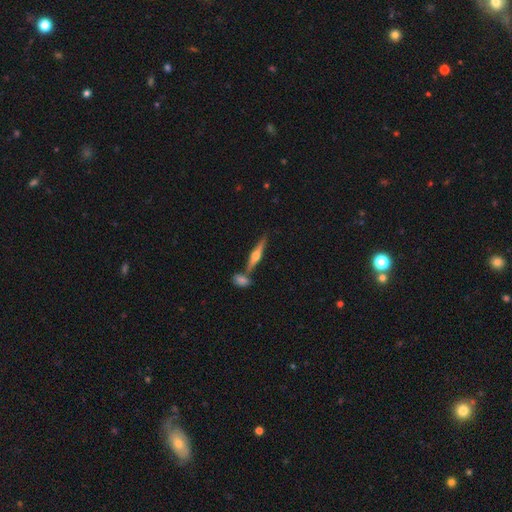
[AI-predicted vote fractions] Q: Smooth or featured?
A: featured or disk (72%); runner-up: smooth (23%)
Q: Edge-on disk?
A: yes (97%); runner-up: no (3%)
Q: Edge-on bulge?
A: rounded (93%); runner-up: boxy (4%)
Q: Merging?
A: none (74%); runner-up: merger (15%)